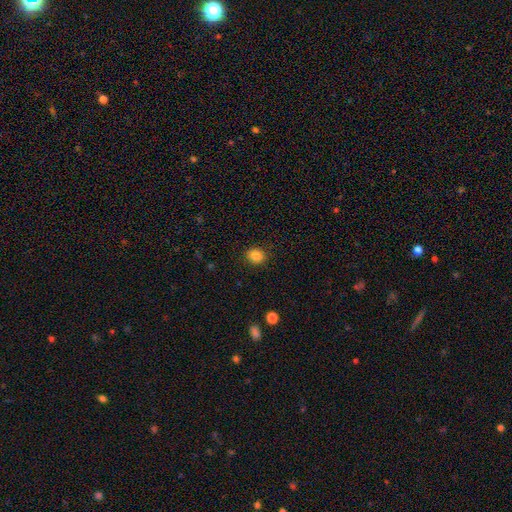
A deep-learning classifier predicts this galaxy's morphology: smooth 86%, star or artifact 10%, featured or disk 4%. Down the decision tree: how rounded — round (63%); merging — none (88%).